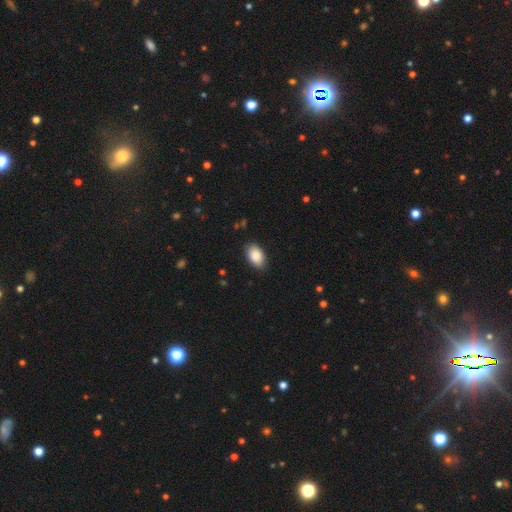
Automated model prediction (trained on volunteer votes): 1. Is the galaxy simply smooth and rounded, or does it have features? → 88% smooth, 6% star or artifact, 5% featured or disk.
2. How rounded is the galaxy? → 92% in between, 7% round, 1% cigar-shaped.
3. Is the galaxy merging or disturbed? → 85% none, 11% minor disturbance, 2% major disturbance, 1% merger.